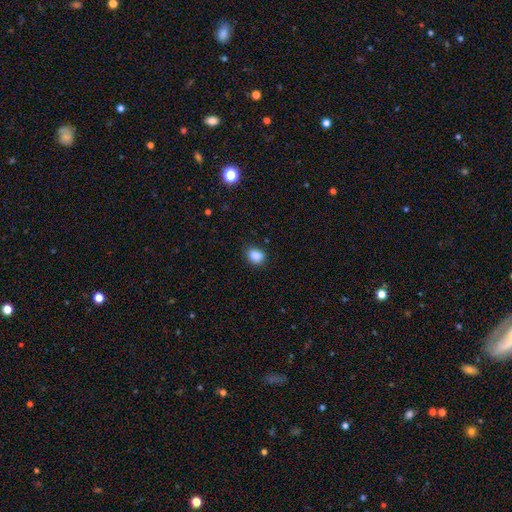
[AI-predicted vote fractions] Overall: smooth (87%). How rounded: in between (58%; round 41%). Merging: none (83%).